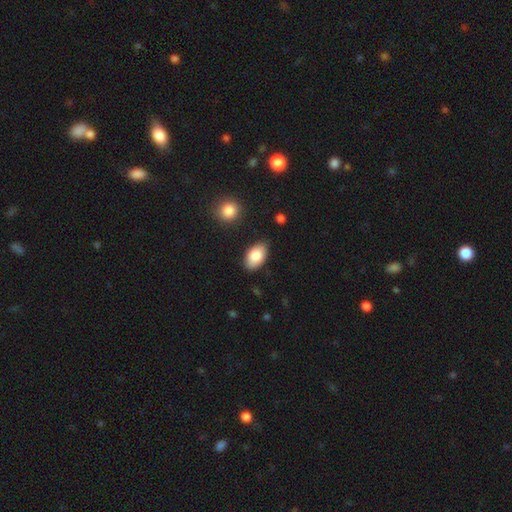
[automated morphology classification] Smooth or featured? Predicted: smooth (p=0.82). How rounded? Predicted: in between (p=0.93). Merging? Predicted: none (p=0.82).